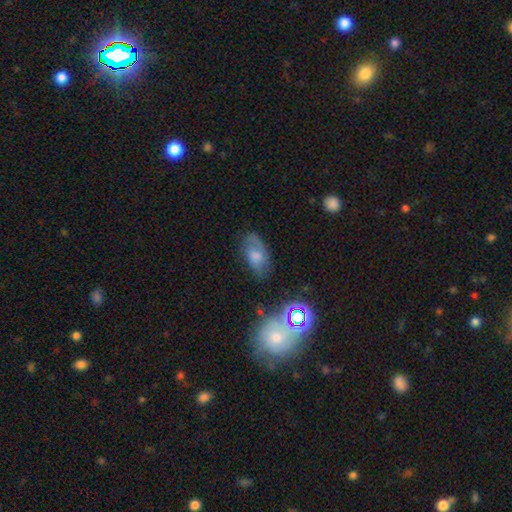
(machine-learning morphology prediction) Smooth or featured: smooth — 50% (featured or disk — 35%)
How rounded: in between — 89% (round — 8%)
Merging: none — 64% (minor disturbance — 23%)